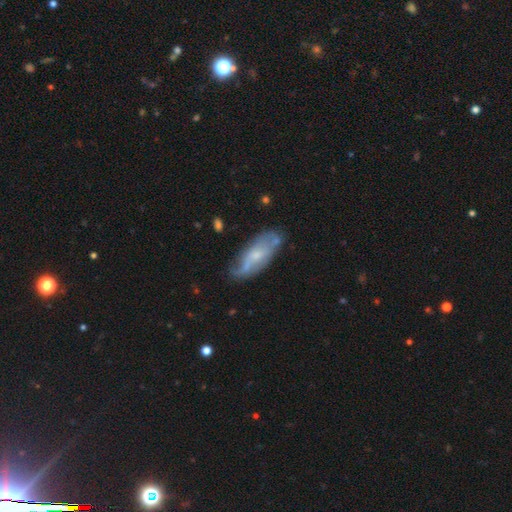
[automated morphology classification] smooth-or-featured: featured or disk: 54% | smooth: 39% | star or artifact: 7%
  disk-edge-on: no: 79% | yes: 21%
  merging: none: 64% | minor disturbance: 25% | major disturbance: 7% | merger: 4%